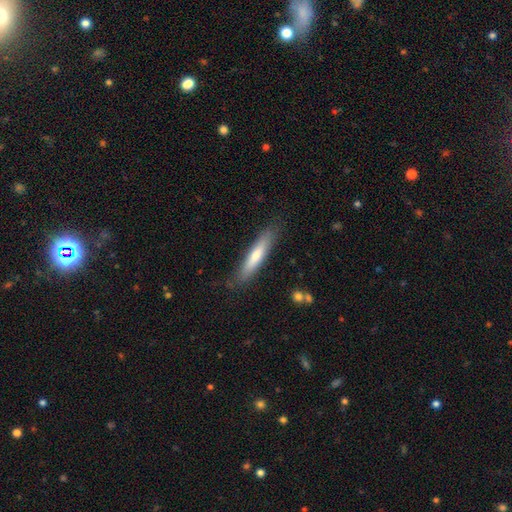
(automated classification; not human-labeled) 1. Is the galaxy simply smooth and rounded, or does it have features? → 59% smooth, 34% featured or disk, 6% star or artifact.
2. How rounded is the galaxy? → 87% cigar-shaped, 11% in between, 1% round.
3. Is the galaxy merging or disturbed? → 85% none, 12% minor disturbance, 2% major disturbance, 1% merger.